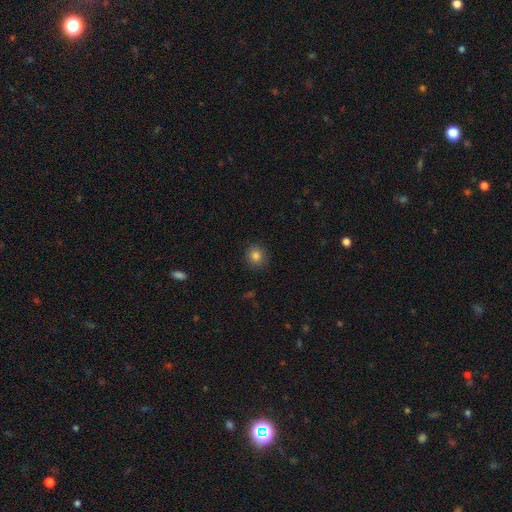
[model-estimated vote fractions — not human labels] smooth 82%, star or artifact 12%, featured or disk 6%. Down the decision tree: how rounded — round (87%); merging — none (90%).